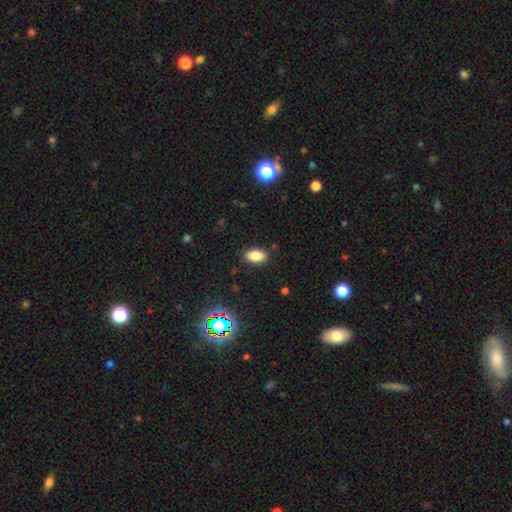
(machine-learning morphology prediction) This appears to be a smooth galaxy with no disk features (84%) that is in between round and cigar-shaped (92%). Merging: none (87%).